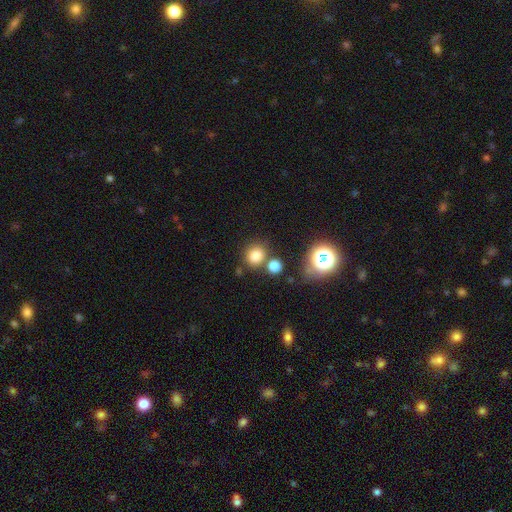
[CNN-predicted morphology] This is likely a smooth galaxy (79%). How rounded: likely round (76%). Merging: likely none (71%).